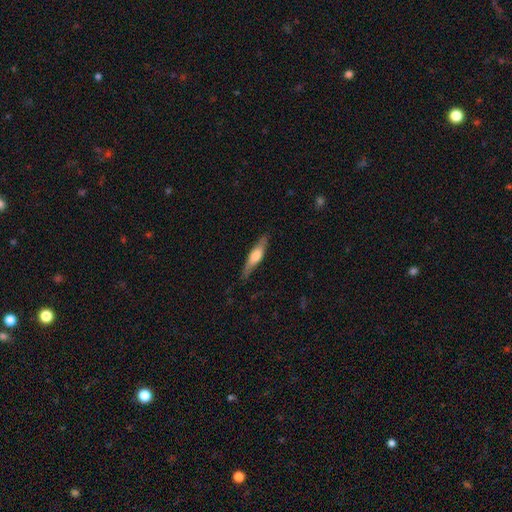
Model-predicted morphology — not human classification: Smooth or featured? Predicted: featured or disk (p=0.47, tied with smooth). Merging? Predicted: none (p=0.80).